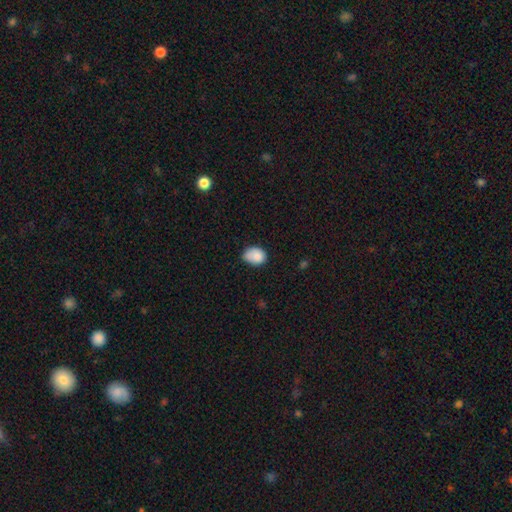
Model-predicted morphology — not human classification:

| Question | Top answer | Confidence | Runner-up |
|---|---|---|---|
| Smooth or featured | smooth | 83% | star or artifact (9%) |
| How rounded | in between | 62% | round (37%) |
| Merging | none | 51% | minor disturbance (36%) |